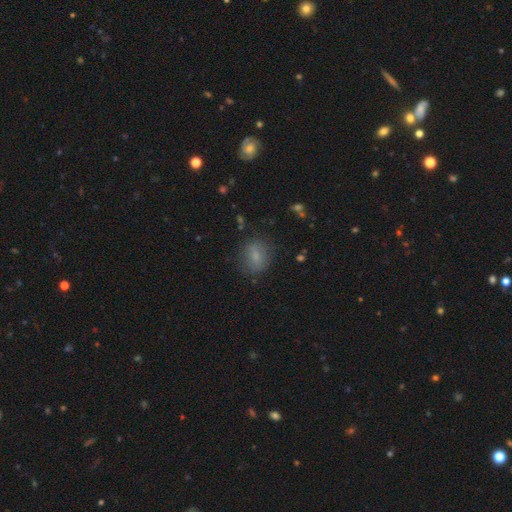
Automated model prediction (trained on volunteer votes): Smooth or featured?
  - smooth: 75% *
  - featured or disk: 13%
  - star or artifact: 12%
How rounded?
  - in between: 55% *
  - round: 42%
  - cigar-shaped: 3%
Merging?
  - none: 79% *
  - minor disturbance: 14%
  - major disturbance: 5%
  - merger: 2%